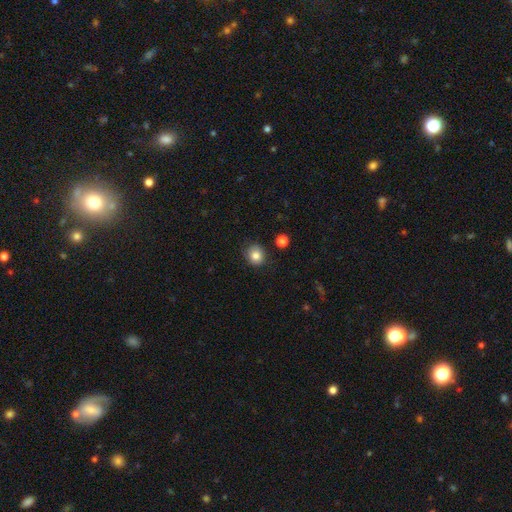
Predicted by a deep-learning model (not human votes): A smooth galaxy with no disk features (82%) that is round (84%).

Vote fractions:
- Smooth or featured? smooth: 82% / star or artifact: 10% / featured or disk: 8%
- How rounded? round: 84% / in between: 15% / cigar-shaped: 1%
- Merging? none: 82% / minor disturbance: 13% / major disturbance: 3% / merger: 2%